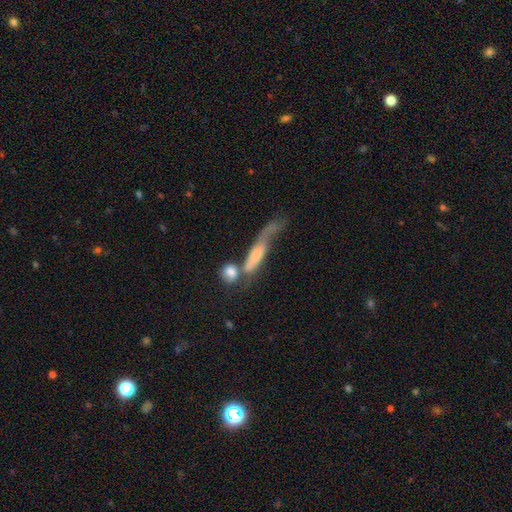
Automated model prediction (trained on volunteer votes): Q: Smooth or featured?
A: smooth (55%); runner-up: featured or disk (36%)
Q: How rounded?
A: cigar-shaped (64%); runner-up: in between (30%)
Q: Merging?
A: merger (40%); runner-up: major disturbance (26%)